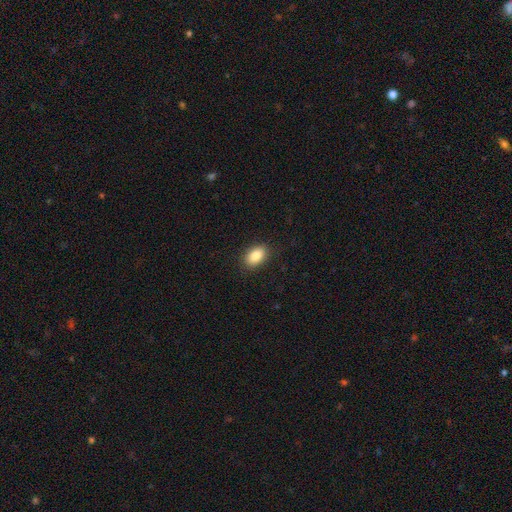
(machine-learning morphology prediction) A smooth galaxy with no disk features (86%) that is in between round and cigar-shaped (89%). Merging: none (88%).